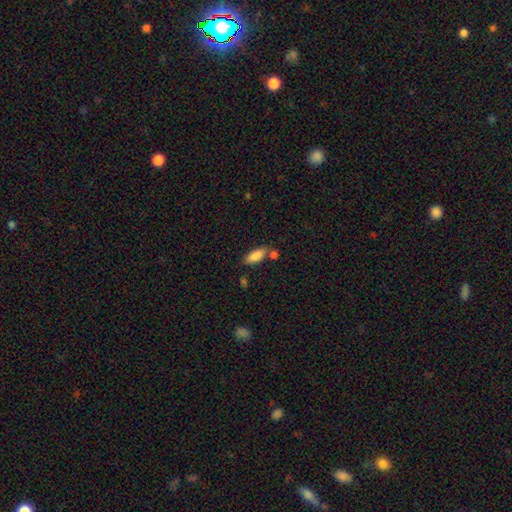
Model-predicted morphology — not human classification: smooth-or-featured: smooth: 87% | star or artifact: 7% | featured or disk: 7%
  how-rounded: in between: 79% | cigar-shaped: 19% | round: 2%
  merging: none: 65% | merger: 17% | minor disturbance: 14% | major disturbance: 4%